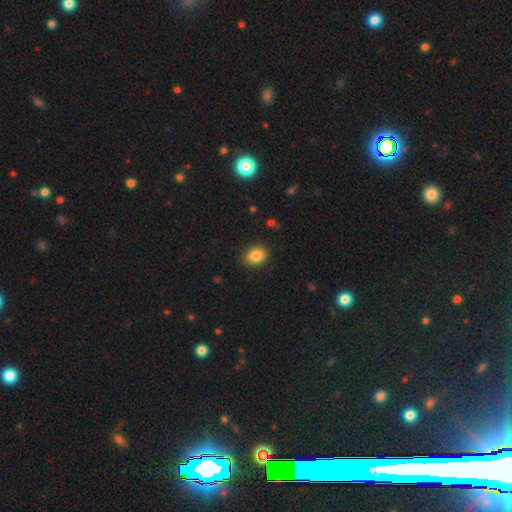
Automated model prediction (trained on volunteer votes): Smooth or featured? smooth (86%)
How rounded? in between (57%)
Merging? none (85%)